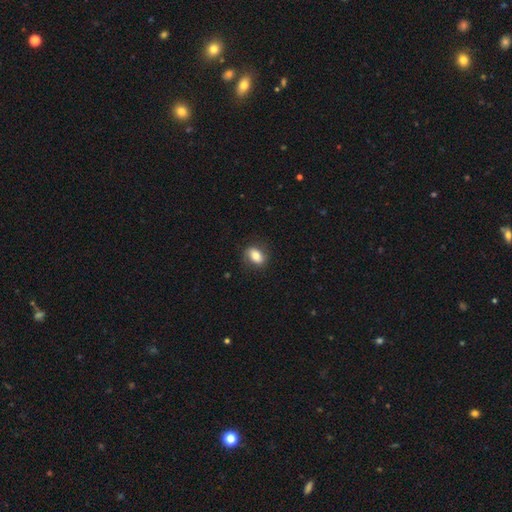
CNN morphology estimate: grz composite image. It shows a smooth galaxy with no disk features (71%) that is in between round and cigar-shaped (79%). Merging: none (78%).